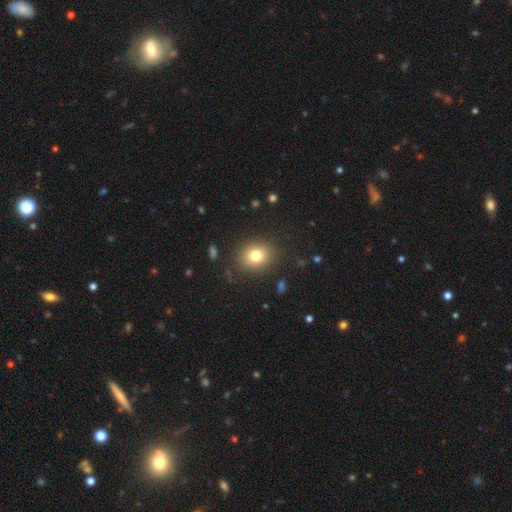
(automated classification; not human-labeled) The model was most divided on "how rounded": round: 62%, in between: 37%, cigar-shaped: 1%. More confident: merging — none (86%); smooth or featured — smooth (78%).